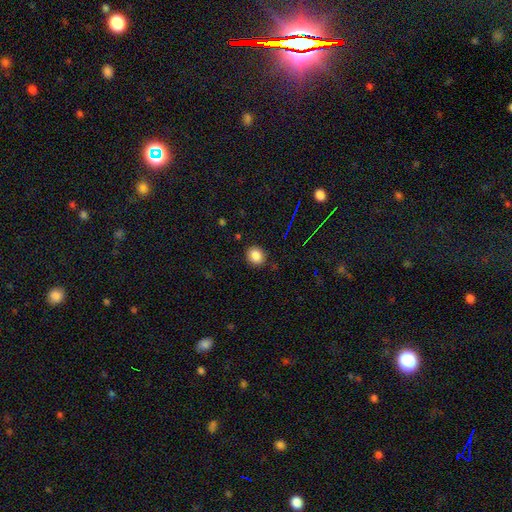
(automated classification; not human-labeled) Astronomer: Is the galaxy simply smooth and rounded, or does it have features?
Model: smooth — 84%.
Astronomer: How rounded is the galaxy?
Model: round — 65%.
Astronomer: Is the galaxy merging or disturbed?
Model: none — 87%.